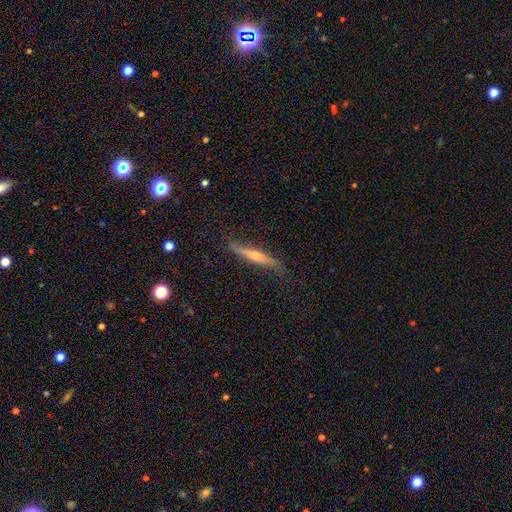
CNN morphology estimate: Smooth or featured? featured or disk (59%)
Edge-on disk? yes (92%)
Edge-on bulge? rounded (80%)
Merging? none (78%)